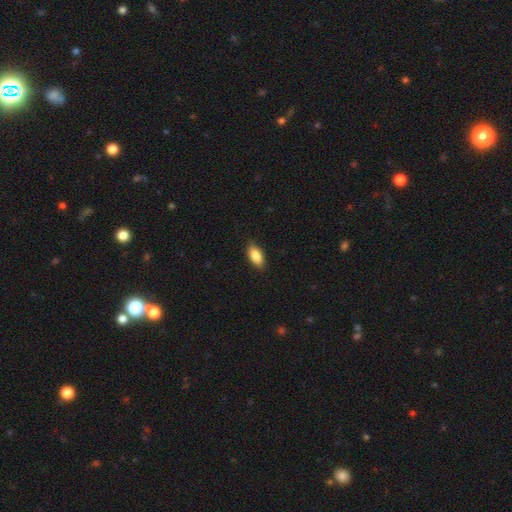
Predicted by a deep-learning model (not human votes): Overall: smooth (87%). How rounded: in between (87%). Merging: none (86%).